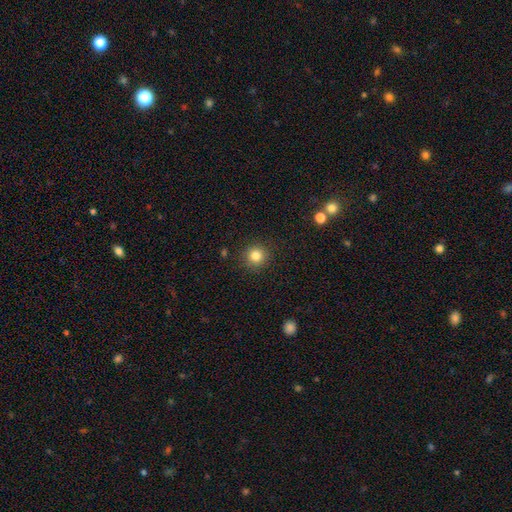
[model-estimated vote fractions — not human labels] This is clearly a smooth galaxy (83%). How rounded: clearly round (93%). Merging: clearly none (89%).